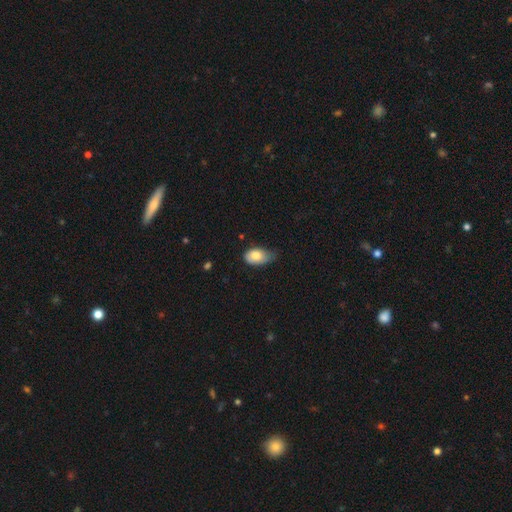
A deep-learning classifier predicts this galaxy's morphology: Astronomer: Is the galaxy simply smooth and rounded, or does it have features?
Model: smooth — 77%.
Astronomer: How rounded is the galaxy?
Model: in between — 88%.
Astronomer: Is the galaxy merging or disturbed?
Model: minor disturbance — 52% (runner-up: none, 30%).